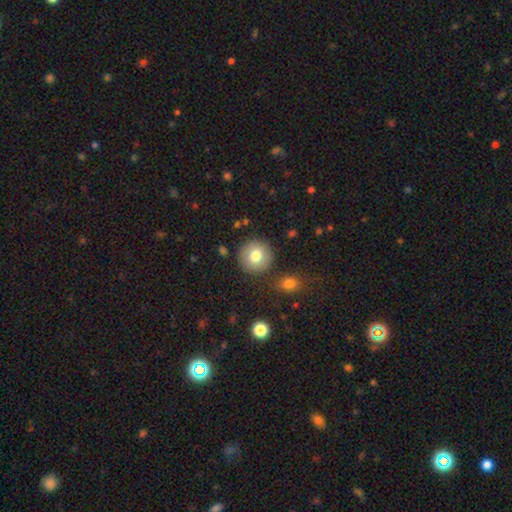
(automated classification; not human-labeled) Smooth or featured?
  - smooth: 77% *
  - featured or disk: 14%
  - star or artifact: 9%
How rounded?
  - round: 93% *
  - in between: 6%
  - cigar-shaped: 1%
Merging?
  - none: 86% *
  - minor disturbance: 7%
  - merger: 4%
  - major disturbance: 3%